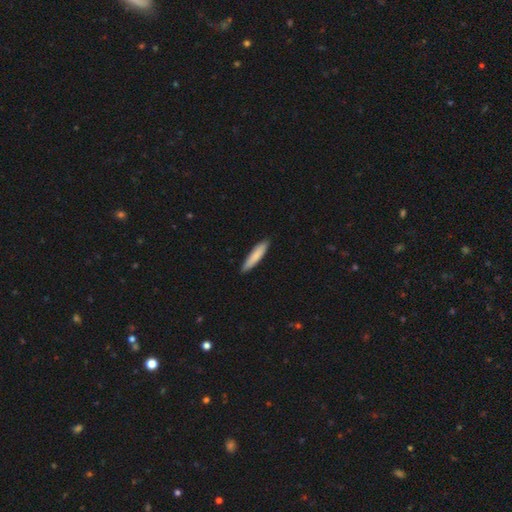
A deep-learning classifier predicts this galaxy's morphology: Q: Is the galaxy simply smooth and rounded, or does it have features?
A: smooth — 83%.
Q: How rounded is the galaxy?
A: cigar-shaped — 84%.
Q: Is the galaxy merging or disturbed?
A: none — 89%.